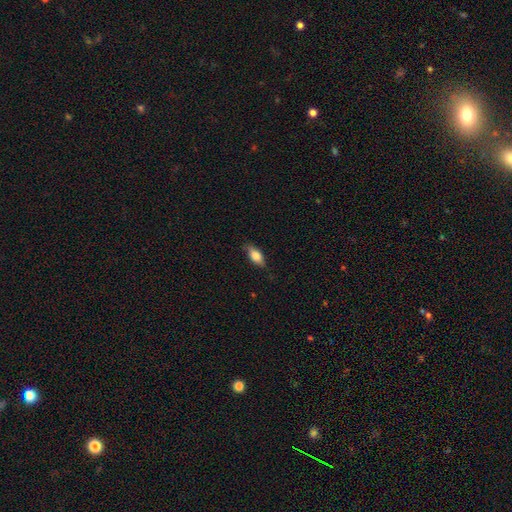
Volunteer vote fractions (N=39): This appears to be a smooth galaxy with no disk features (77%) that is in between round and cigar-shaped (83%). Merging: none (89%).